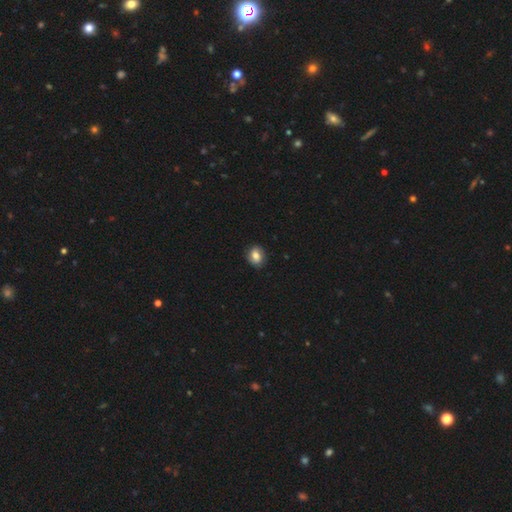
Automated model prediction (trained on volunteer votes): Smooth or featured?
  - smooth: 74% *
  - featured or disk: 17%
  - star or artifact: 9%
How rounded?
  - round: 52% *
  - in between: 47%
  - cigar-shaped: 1%
Merging?
  - none: 85% *
  - minor disturbance: 11%
  - major disturbance: 2%
  - merger: 1%